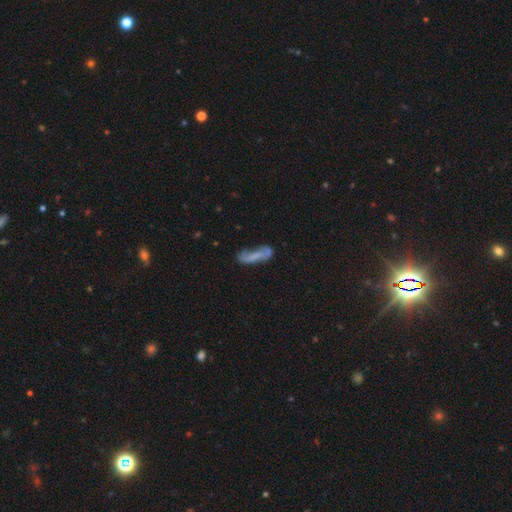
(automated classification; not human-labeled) Overall: smooth (50%; featured or disk 39%). How rounded: cigar-shaped (51%; in between 47%). Merging: none (43%; minor disturbance 25%).